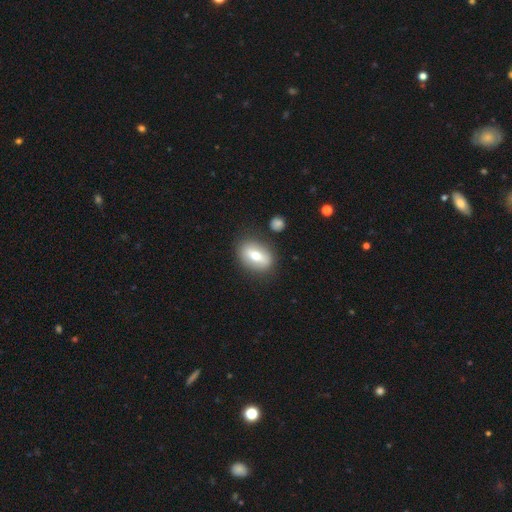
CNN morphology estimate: A smooth galaxy with no disk features (58%) that is in between round and cigar-shaped (78%).

Vote fractions:
- Smooth or featured? smooth: 58% / featured or disk: 35% / star or artifact: 7%
- How rounded? in between: 78% / round: 19% / cigar-shaped: 3%
- Merging? none: 82% / minor disturbance: 11% / major disturbance: 4% / merger: 3%